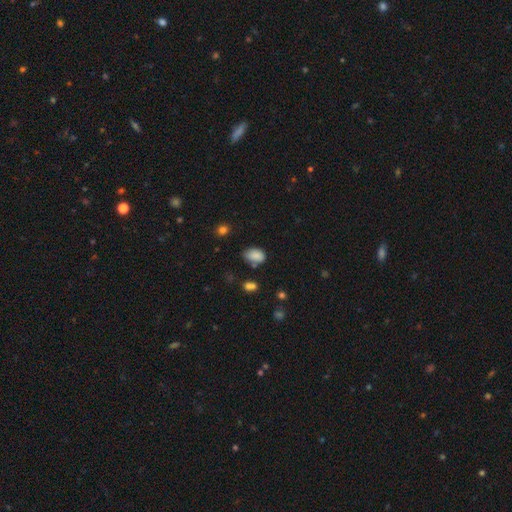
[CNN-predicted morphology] A smooth galaxy with no disk features (84%) that is in between round and cigar-shaped (86%).

Vote fractions:
- Smooth or featured? smooth: 84% / star or artifact: 10% / featured or disk: 6%
- How rounded? in between: 86% / round: 12% / cigar-shaped: 1%
- Merging? none: 57% / minor disturbance: 29% / major disturbance: 8% / merger: 7%